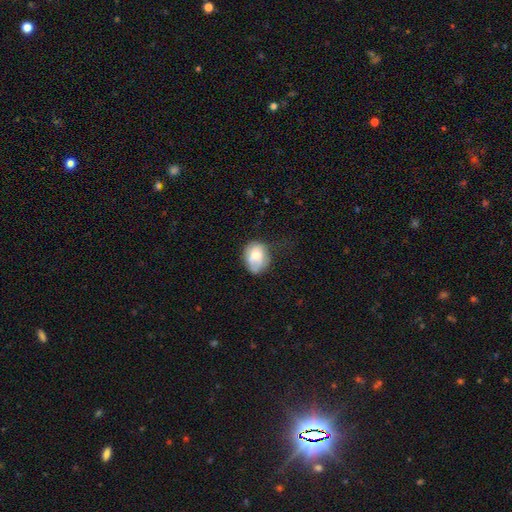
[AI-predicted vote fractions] Morphology: type=smooth (71%); roundness=in between (61%); merging=none (44%).